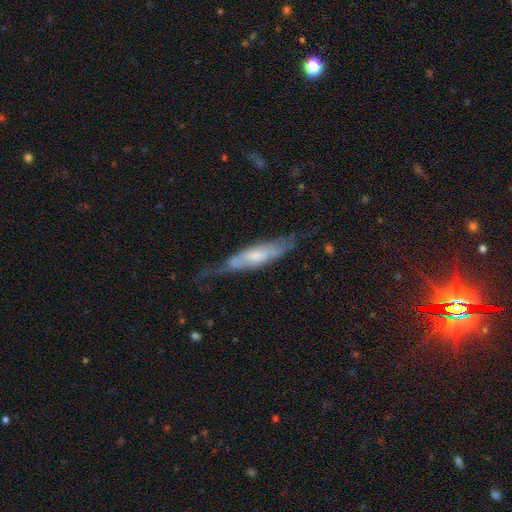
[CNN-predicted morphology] A featured or disk galaxy (56%) viewed edge-on (61%).

Vote fractions:
- Smooth or featured? featured or disk: 56% / smooth: 37% / star or artifact: 6%
- Edge-on disk? yes: 61% / no: 39%
- Merging? none: 54% / minor disturbance: 28% / major disturbance: 16% / merger: 2%